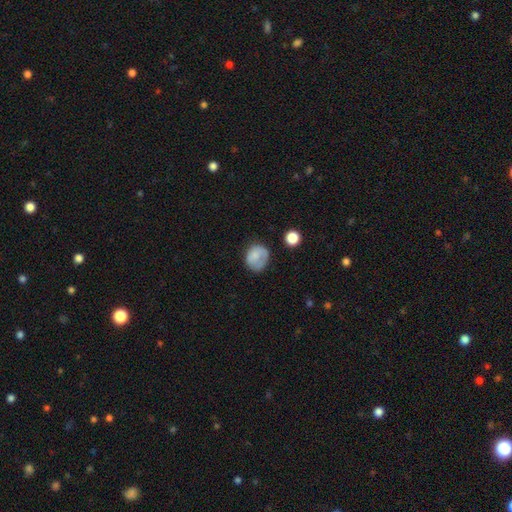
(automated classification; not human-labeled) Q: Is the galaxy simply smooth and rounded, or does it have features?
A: smooth — 75%.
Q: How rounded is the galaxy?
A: round — 65%.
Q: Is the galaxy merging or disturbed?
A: none — 53%.